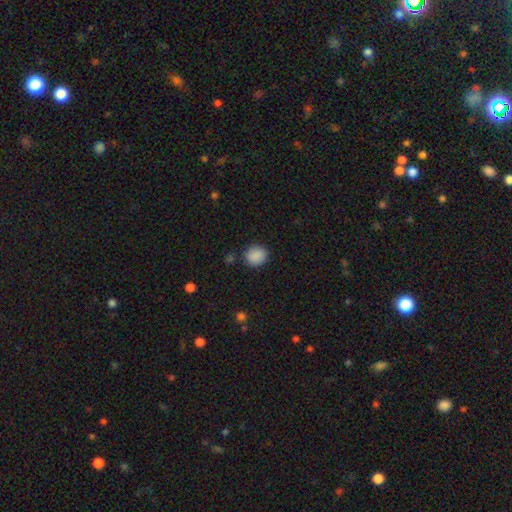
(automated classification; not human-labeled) The model was most divided on "how rounded": round: 77%, in between: 22%, cigar-shaped: 1%. More confident: smooth or featured — smooth (88%); merging — none (85%).